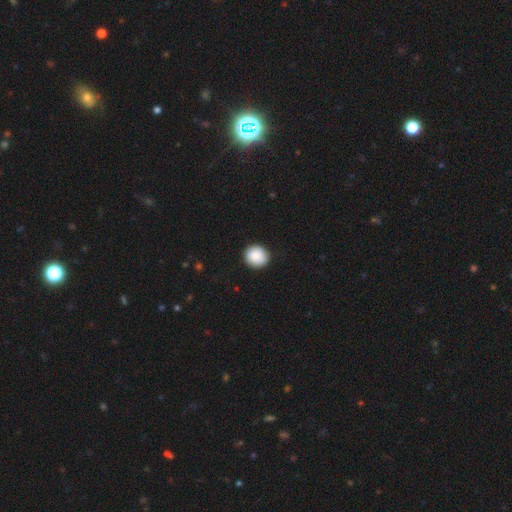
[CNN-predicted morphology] Smooth or featured?
  - smooth: 88% *
  - star or artifact: 7%
  - featured or disk: 5%
How rounded?
  - round: 88% *
  - in between: 11%
  - cigar-shaped: 1%
Merging?
  - none: 90% *
  - minor disturbance: 7%
  - major disturbance: 2%
  - merger: 1%